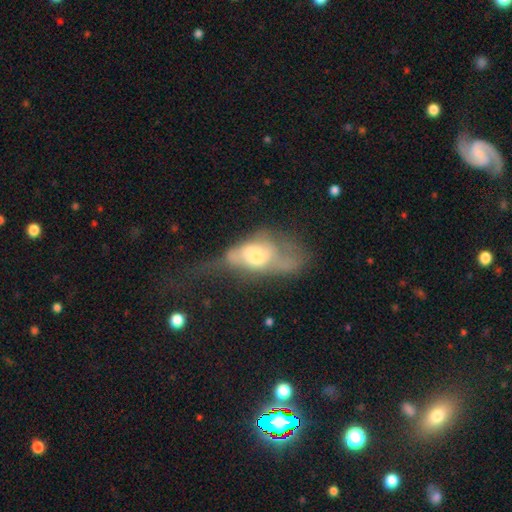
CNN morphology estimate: Smooth or featured? smooth (47%)
Merging? major disturbance (58%)